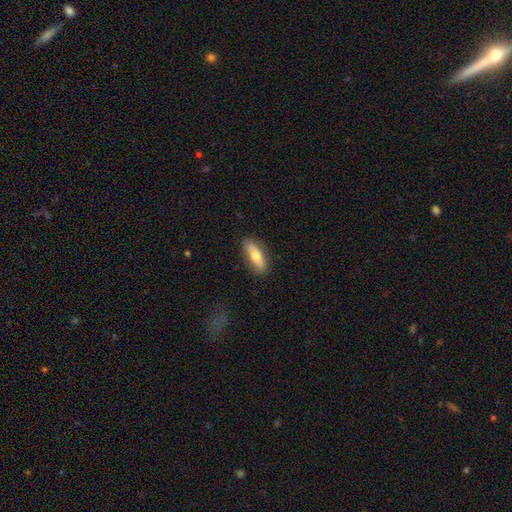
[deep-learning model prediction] Overall: smooth (65%; featured or disk 29%). How rounded: in between (54%; cigar-shaped 44%). Merging: none (85%).